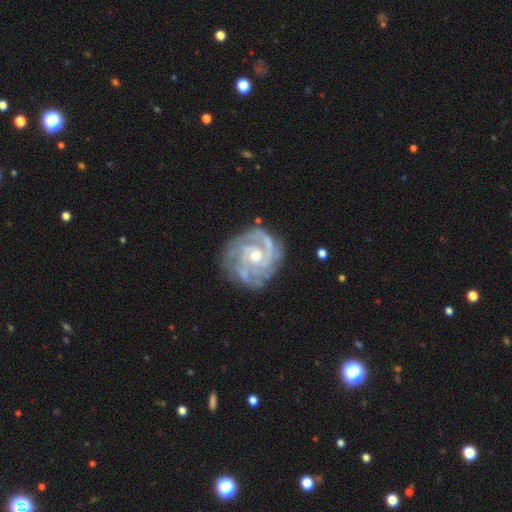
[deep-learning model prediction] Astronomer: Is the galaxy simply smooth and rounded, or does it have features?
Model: featured or disk — 89%.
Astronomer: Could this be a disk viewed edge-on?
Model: no — 98%.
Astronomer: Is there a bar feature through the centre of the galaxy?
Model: no — 64%.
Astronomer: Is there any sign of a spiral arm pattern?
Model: yes — 96%.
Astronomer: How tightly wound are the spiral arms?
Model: tight — 63%.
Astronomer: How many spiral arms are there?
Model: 3 — 30% (runner-up: can't tell, 24%).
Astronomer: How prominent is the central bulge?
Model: moderate — 63%.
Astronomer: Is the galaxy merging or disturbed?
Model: none — 75%.